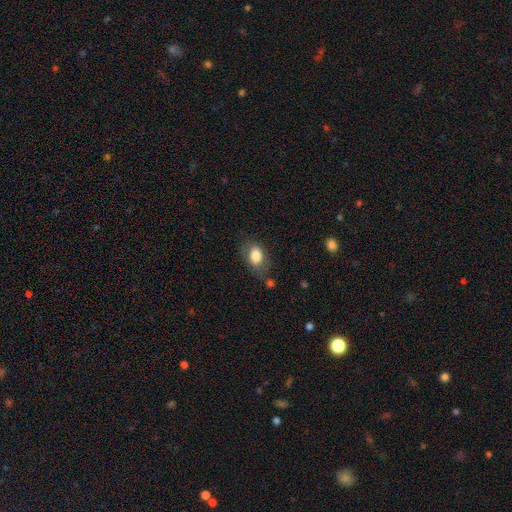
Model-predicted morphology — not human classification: This is likely a smooth galaxy (80%). How rounded: clearly in between (84%). Merging: likely none (66%).